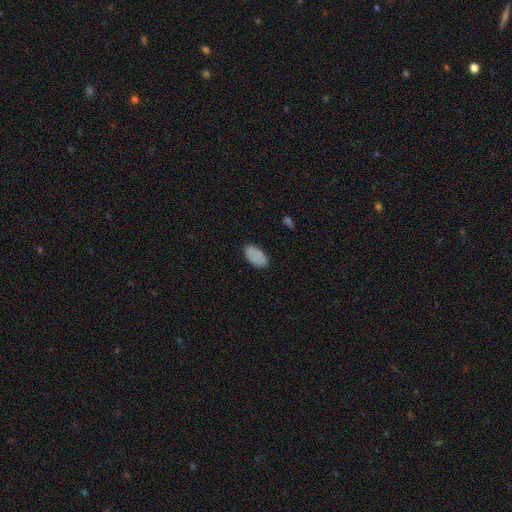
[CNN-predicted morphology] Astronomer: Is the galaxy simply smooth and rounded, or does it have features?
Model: smooth — 81%.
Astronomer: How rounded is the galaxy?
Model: in between — 94%.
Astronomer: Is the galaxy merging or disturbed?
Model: none — 78%.